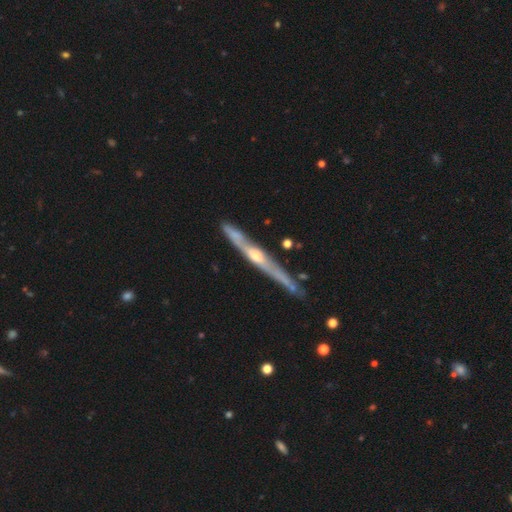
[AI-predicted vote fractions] This is clearly a featured or disk galaxy (81%). It is clearly viewed edge-on (96%). Edge-on bulge: likely rounded (75%). Merging: likely none (80%).